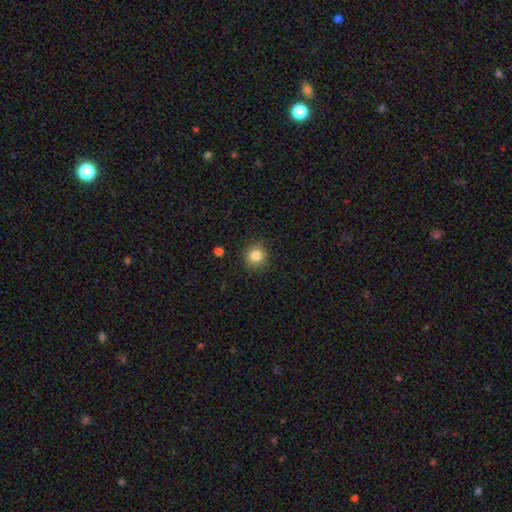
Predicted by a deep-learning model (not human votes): This is clearly a smooth galaxy (83%). How rounded: clearly round (91%). Merging: clearly none (89%).